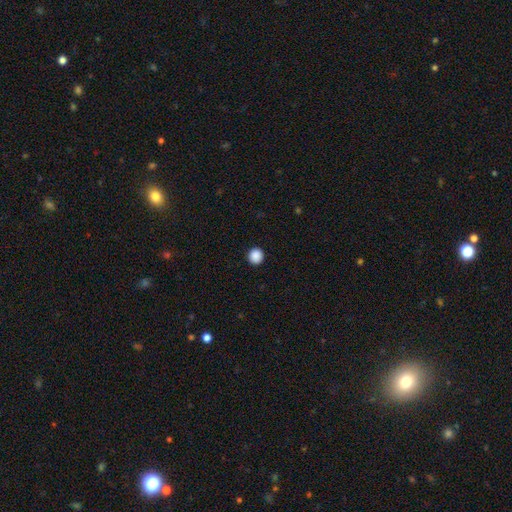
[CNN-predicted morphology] Smooth or featured? Predicted: smooth (p=0.89). How rounded? Predicted: round (p=0.94). Merging? Predicted: none (p=0.93).